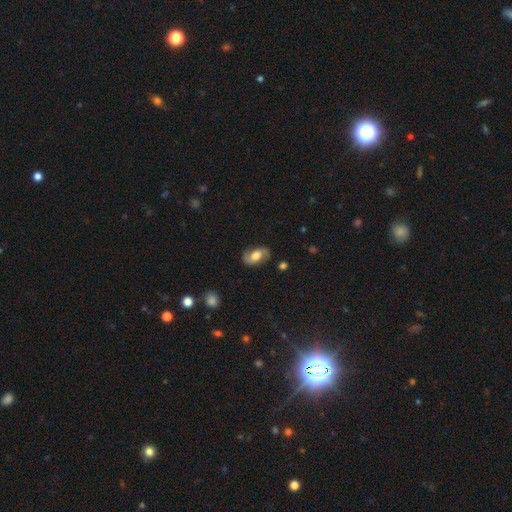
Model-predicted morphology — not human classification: This is possibly a featured or disk galaxy (58%). It is clearly not viewed edge-on (95%). Bar: possibly no (48%). Spiral arm pattern: clearly yes (87%). Central bulge: possibly moderate (49%). Merging: likely none (76%).